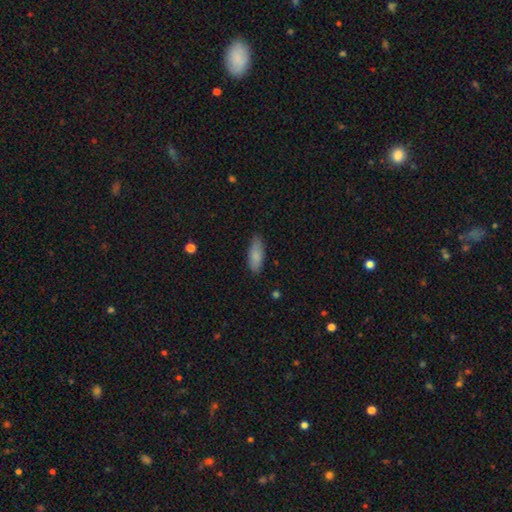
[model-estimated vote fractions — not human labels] smooth_or_featured: smooth (p=0.86) [alt: featured or disk p=0.08]
how_rounded: in between (p=0.75) [alt: cigar-shaped p=0.23]
merging: none (p=0.83) [alt: minor disturbance p=0.14]